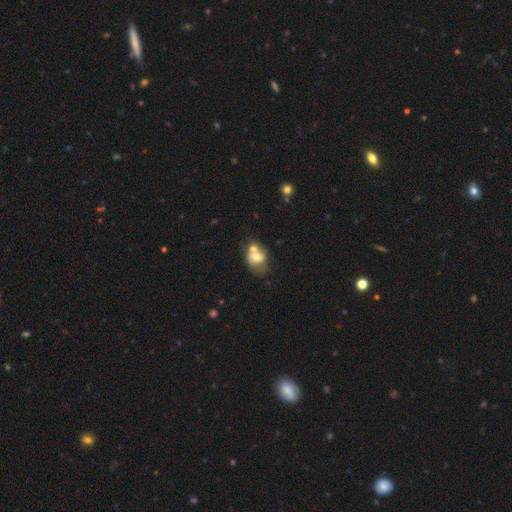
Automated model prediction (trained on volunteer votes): Smooth or featured? Predicted: smooth (p=0.60). How rounded? Predicted: in between (p=0.64). Merging? Predicted: merger (p=0.48).